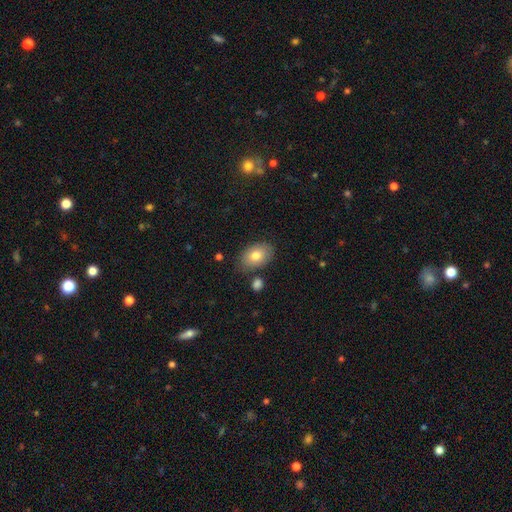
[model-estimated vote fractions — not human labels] A smooth galaxy with no disk features (78%) that is in between round and cigar-shaped (89%).

Vote fractions:
- Smooth or featured? smooth: 78% / featured or disk: 14% / star or artifact: 7%
- How rounded? in between: 89% / round: 10% / cigar-shaped: 1%
- Merging? none: 79% / minor disturbance: 14% / merger: 4% / major disturbance: 3%